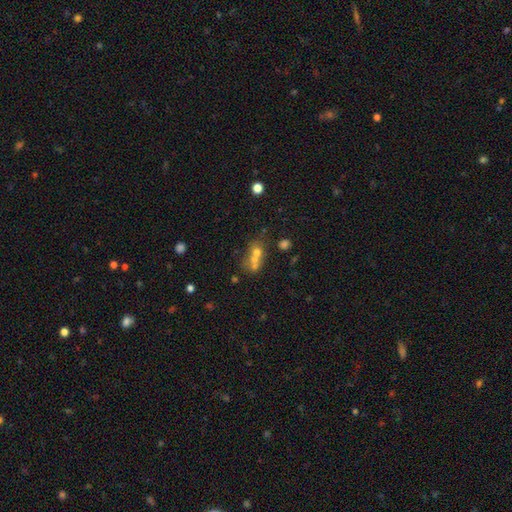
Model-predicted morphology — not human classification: Smooth or featured?
  - smooth: 58% *
  - featured or disk: 24%
  - star or artifact: 18%
How rounded?
  - round: 63% *
  - in between: 34%
  - cigar-shaped: 2%
Merging?
  - merger: 61% *
  - none: 27%
  - minor disturbance: 7%
  - major disturbance: 5%